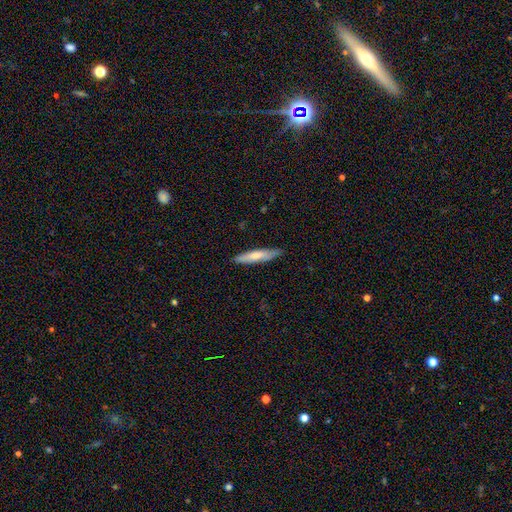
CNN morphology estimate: smooth_or_featured: smooth (p=0.68) [alt: featured or disk p=0.27]
how_rounded: cigar-shaped (p=0.84) [alt: in between p=0.15]
merging: none (p=0.83) [alt: minor disturbance p=0.14]